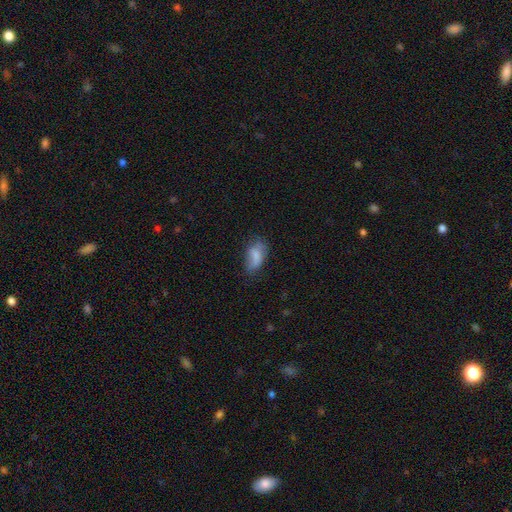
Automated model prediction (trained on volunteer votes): Overall: smooth (75%). How rounded: in between (91%). Merging: none (49%; minor disturbance 33%).